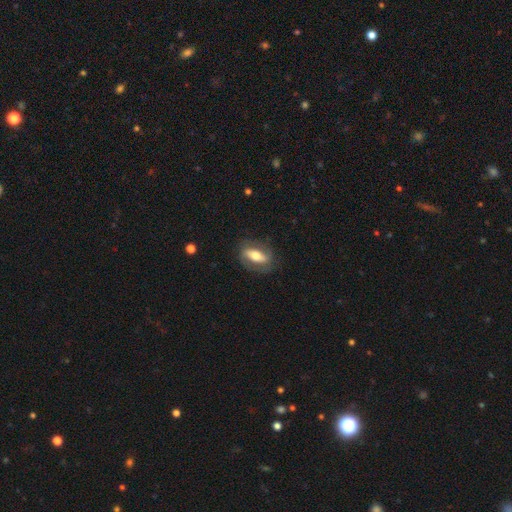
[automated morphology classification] Overall: featured or disk (55%; smooth 39%). Edge-on disk: no (76%). Merging: none (78%).